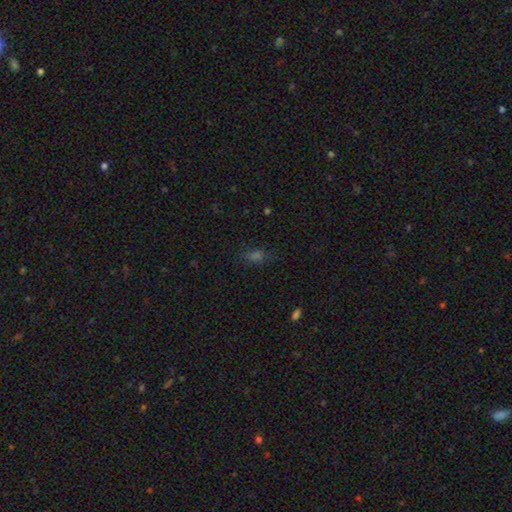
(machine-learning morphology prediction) Smooth or featured?
  - smooth: 54% *
  - star or artifact: 35%
  - featured or disk: 11%
How rounded?
  - in between: 70% *
  - round: 23%
  - cigar-shaped: 7%
Merging?
  - none: 75% *
  - minor disturbance: 16%
  - major disturbance: 6%
  - merger: 2%